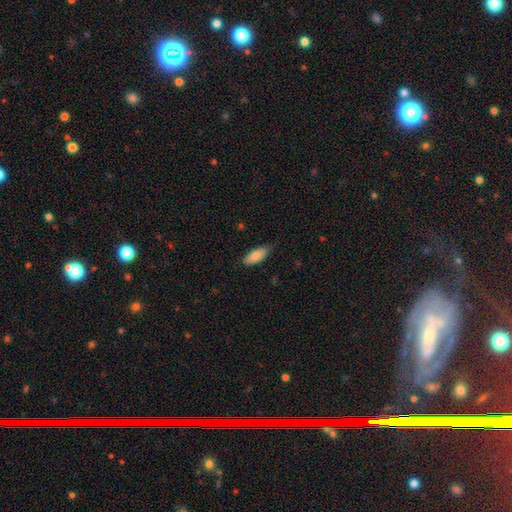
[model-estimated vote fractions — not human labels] smooth 82%, featured or disk 12%, star or artifact 6%. Down the decision tree: how rounded — in between (77%); merging — none (77%).